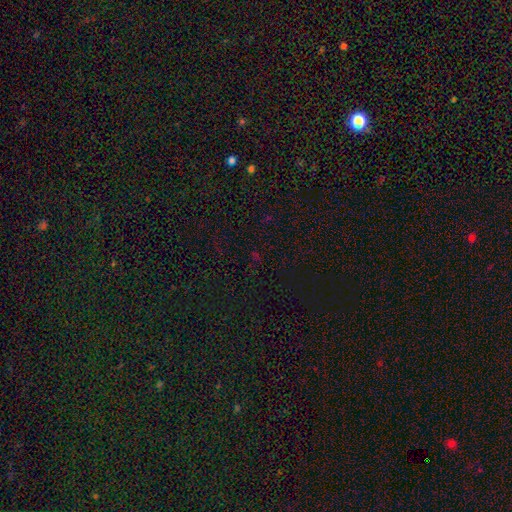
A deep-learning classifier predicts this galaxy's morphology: star or artifact 71%, smooth 21%, featured or disk 7%.